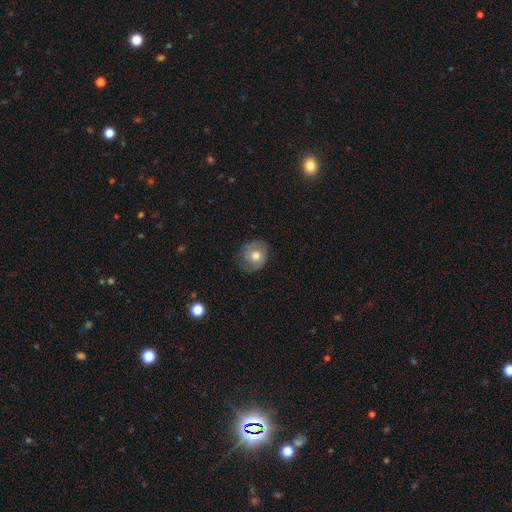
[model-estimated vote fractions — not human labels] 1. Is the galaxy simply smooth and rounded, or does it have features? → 65% smooth, 26% featured or disk, 9% star or artifact.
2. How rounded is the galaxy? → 76% round, 23% in between, 1% cigar-shaped.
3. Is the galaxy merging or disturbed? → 71% none, 22% minor disturbance, 6% major disturbance, 1% merger.